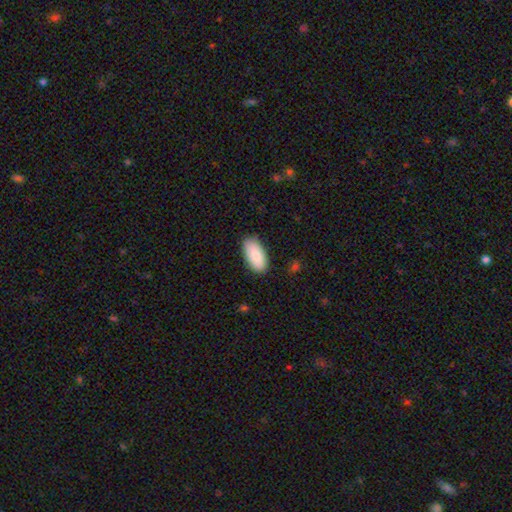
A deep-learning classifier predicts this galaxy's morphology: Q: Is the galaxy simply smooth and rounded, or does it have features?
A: smooth — 89%.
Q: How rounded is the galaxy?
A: in between — 93%.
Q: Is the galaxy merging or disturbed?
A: none — 84%.